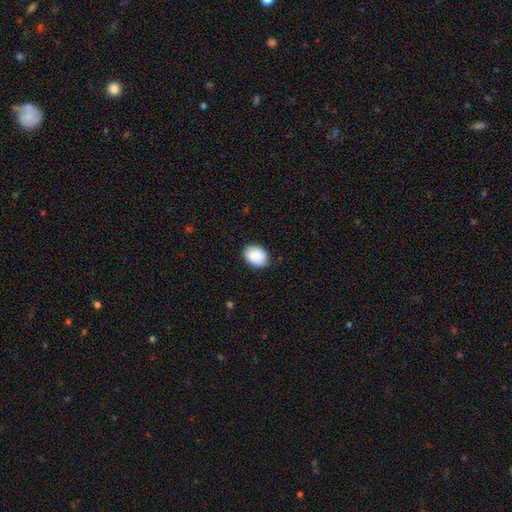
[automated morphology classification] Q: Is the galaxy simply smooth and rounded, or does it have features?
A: smooth — 89%.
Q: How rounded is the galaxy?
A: in between — 68%.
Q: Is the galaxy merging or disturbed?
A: none — 83%.